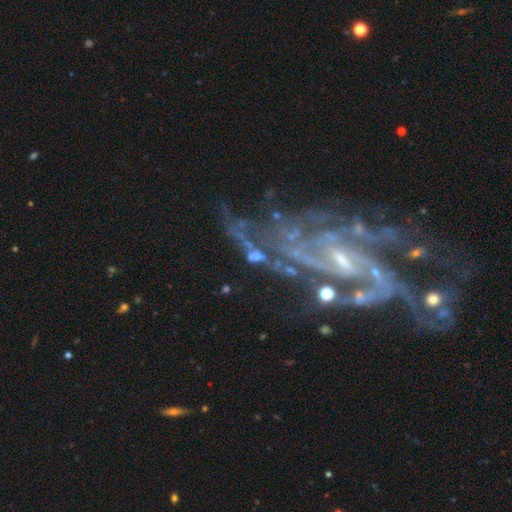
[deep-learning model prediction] Q: Smooth or featured?
A: featured or disk (56%); runner-up: star or artifact (24%)
Q: Edge-on disk?
A: no (90%); runner-up: yes (10%)
Q: Bar?
A: no (67%); runner-up: weak (20%)
Q: Spiral arms?
A: yes (54%); runner-up: no (46%)
Q: Bulge size?
A: none (36%); runner-up: small (32%)
Q: Merging?
A: none (41%); runner-up: major disturbance (28%)